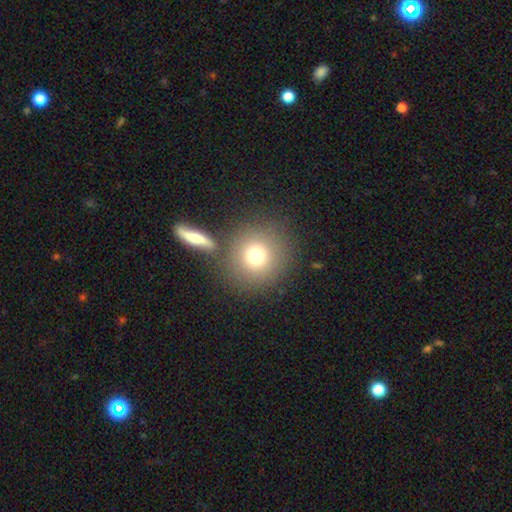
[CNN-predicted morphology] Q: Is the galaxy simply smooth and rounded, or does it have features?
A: smooth — 74%.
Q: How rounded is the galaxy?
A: round — 91%.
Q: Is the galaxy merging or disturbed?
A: none — 74%.